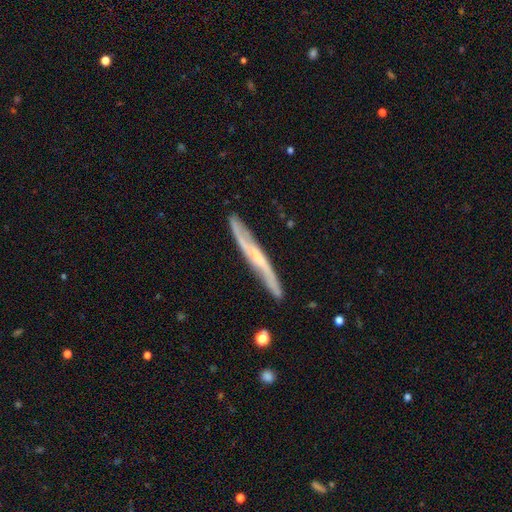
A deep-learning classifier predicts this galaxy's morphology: Smooth or featured? Predicted: featured or disk (p=0.71). Edge-on disk? Predicted: yes (p=0.76). Edge-on bulge? Predicted: none (p=0.59). Merging? Predicted: none (p=0.78).